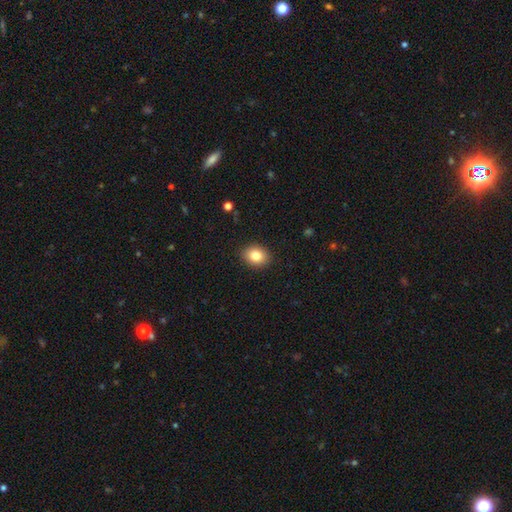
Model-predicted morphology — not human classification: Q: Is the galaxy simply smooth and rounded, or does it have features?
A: smooth — 83%.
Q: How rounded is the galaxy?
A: in between — 53%.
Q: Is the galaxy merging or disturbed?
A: none — 90%.